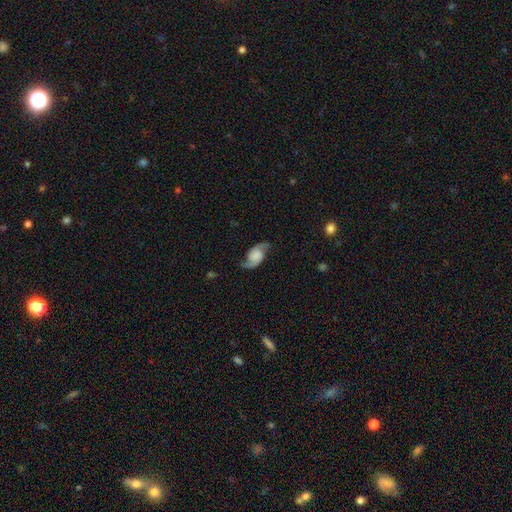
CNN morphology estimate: The model was most divided on "bulge size": none: 40%, large: 21%, small: 16%, moderate: 14%, dominant: 9%. More confident: edge-on disk — no (97%); spiral arms — yes (96%); spiral arm count — 2 (94%); smooth or featured — featured or disk (82%); merging — none (77%); bar — no (65%); spiral winding — loose (57%).